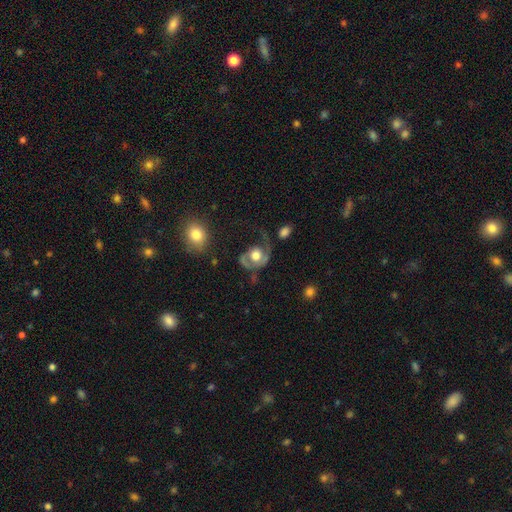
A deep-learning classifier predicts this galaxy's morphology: Overall: featured or disk (67%). Edge-on disk: no (97%). Bar: no (81%). Spiral arms: yes (77%). Spiral arm count: 1 (57%; 2 33%). Spiral winding: loose (37%; medium 36%). Bulge size: large (47%; moderate 41%). Merging: major disturbance (45%; none 32%).